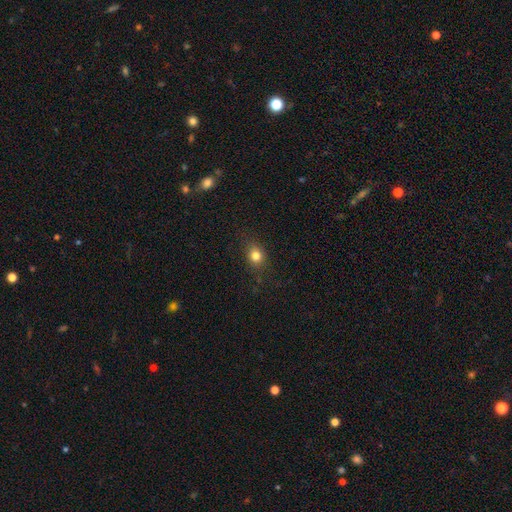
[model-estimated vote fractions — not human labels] Smooth or featured?
  - smooth: 79% *
  - star or artifact: 13%
  - featured or disk: 8%
How rounded?
  - round: 62% *
  - in between: 36%
  - cigar-shaped: 2%
Merging?
  - none: 82% *
  - minor disturbance: 13%
  - major disturbance: 4%
  - merger: 1%